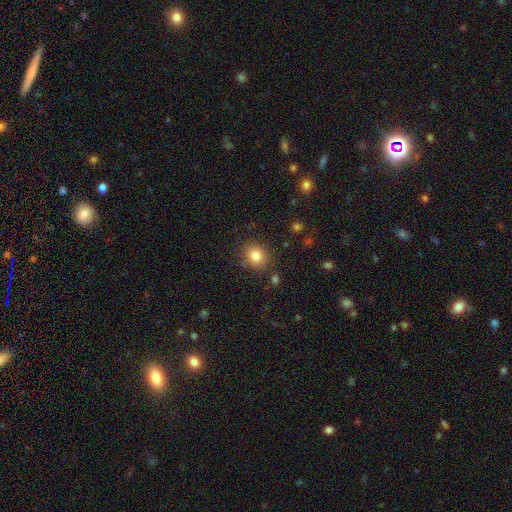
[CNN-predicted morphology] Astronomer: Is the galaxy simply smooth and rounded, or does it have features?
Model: smooth — 82%.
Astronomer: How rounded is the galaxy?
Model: round — 72%.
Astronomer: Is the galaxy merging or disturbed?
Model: none — 85%.